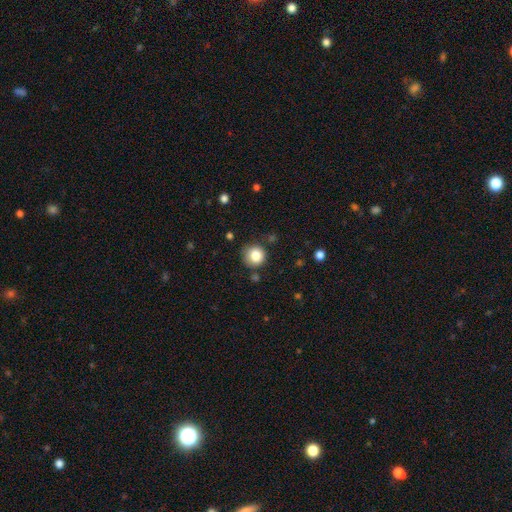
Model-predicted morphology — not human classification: Q: Smooth or featured?
A: smooth (84%); runner-up: star or artifact (10%)
Q: How rounded?
A: round (92%); runner-up: in between (7%)
Q: Merging?
A: none (80%); runner-up: minor disturbance (13%)